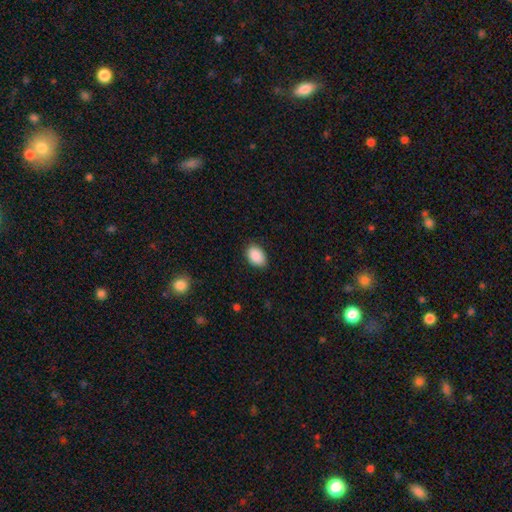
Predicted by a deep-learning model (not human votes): smooth 90%, star or artifact 7%, featured or disk 3%. Down the decision tree: how rounded — in between (88%); merging — none (85%).